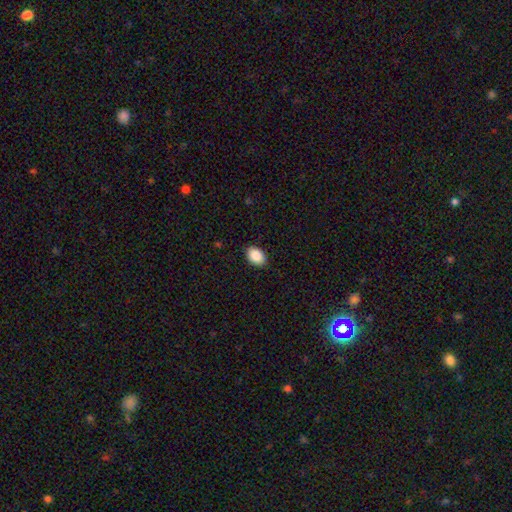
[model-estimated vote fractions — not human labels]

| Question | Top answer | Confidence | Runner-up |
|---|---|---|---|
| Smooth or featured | smooth | 90% | star or artifact (7%) |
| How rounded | in between | 84% | round (15%) |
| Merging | none | 88% | minor disturbance (9%) |